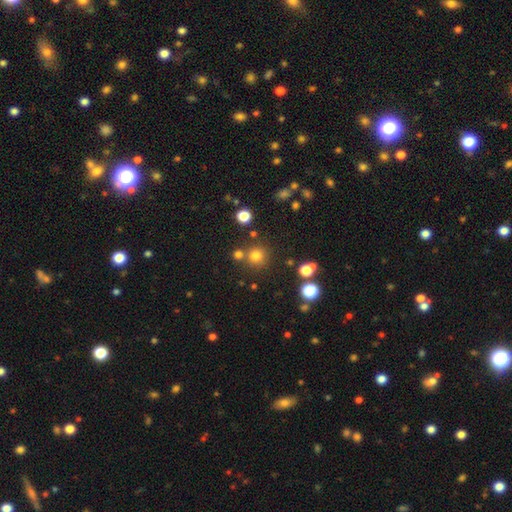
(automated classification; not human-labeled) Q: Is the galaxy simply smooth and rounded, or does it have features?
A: smooth — 76%.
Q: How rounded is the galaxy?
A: round — 92%.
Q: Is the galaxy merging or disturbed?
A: none — 77%.